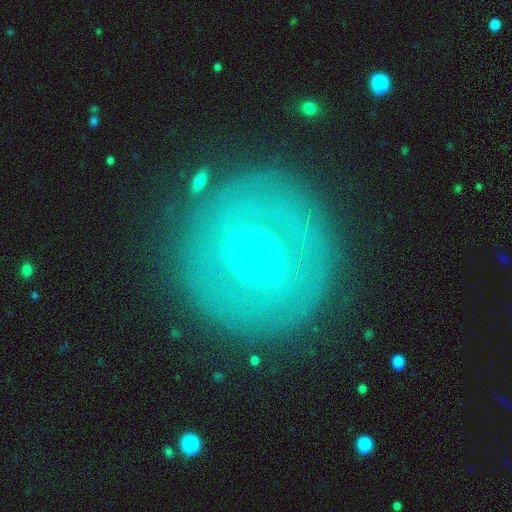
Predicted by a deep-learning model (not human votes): Overall: featured or disk (58%; smooth 35%). Edge-on disk: no (96%). Bar: no (88%). Spiral arms: no (74%). Bulge size: moderate (58%; small 22%). Merging: none (80%).